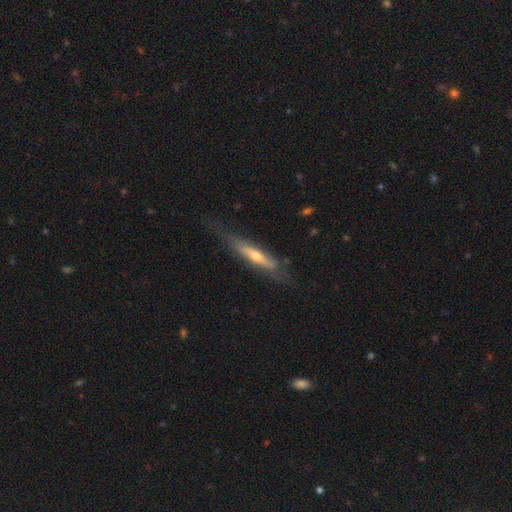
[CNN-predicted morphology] The model was most divided on "smooth or featured": featured or disk: 62%, smooth: 32%, star or artifact: 6%. More confident: edge-on disk — yes (78%); merging — none (63%).